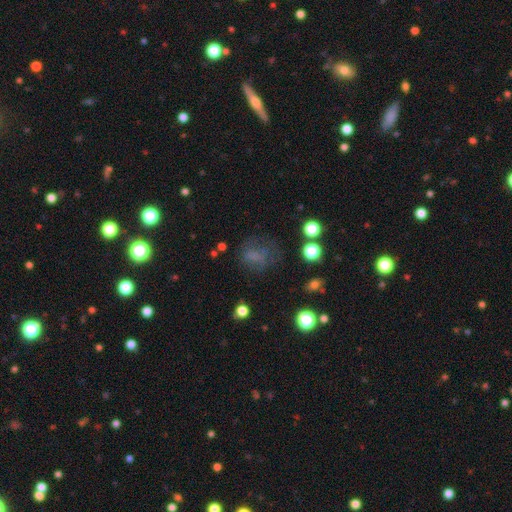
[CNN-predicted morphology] Smooth or featured? Predicted: smooth (p=0.54). How rounded? Predicted: round (p=0.54). Merging? Predicted: none (p=0.54).